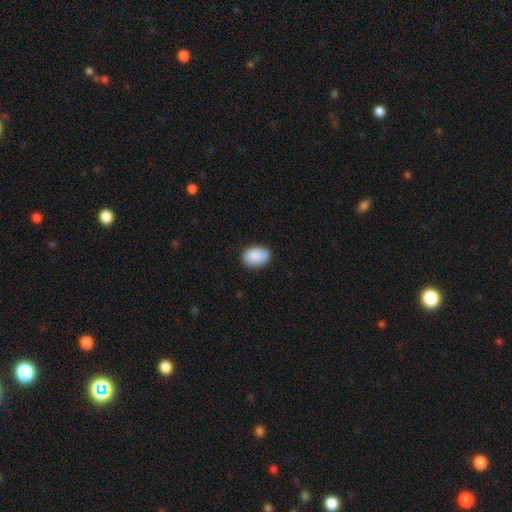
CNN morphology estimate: A smooth galaxy with no disk features (89%) that is in between round and cigar-shaped (86%).

Vote fractions:
- Smooth or featured? smooth: 89% / star or artifact: 6% / featured or disk: 4%
- How rounded? in between: 86% / round: 13% / cigar-shaped: 1%
- Merging? none: 82% / minor disturbance: 15% / major disturbance: 2% / merger: 1%